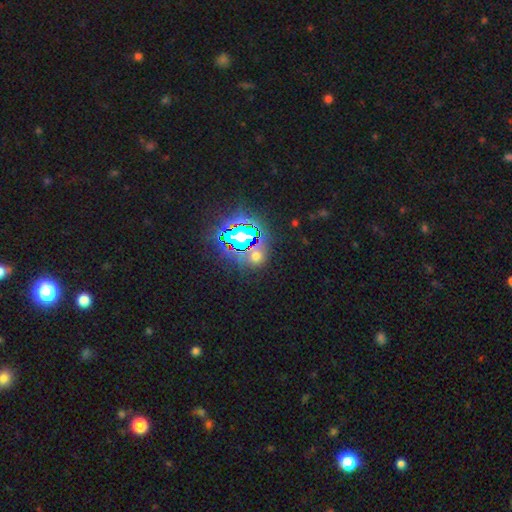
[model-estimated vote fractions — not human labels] Smooth or featured?
  - star or artifact: 61% *
  - smooth: 30%
  - featured or disk: 9%